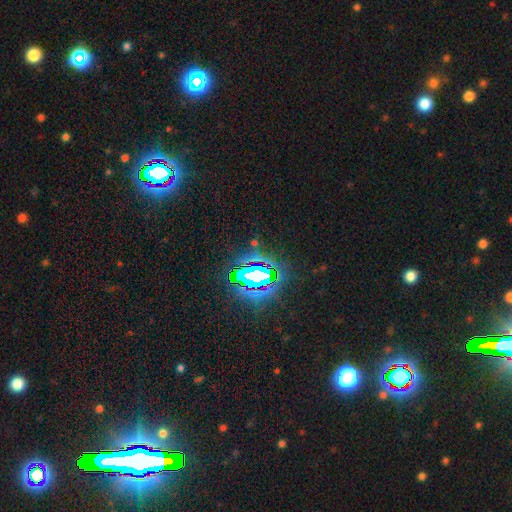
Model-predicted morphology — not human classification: A star or artifact, not a galaxy (81%).

Vote fractions:
- Smooth or featured? star or artifact: 81% / smooth: 11% / featured or disk: 8%